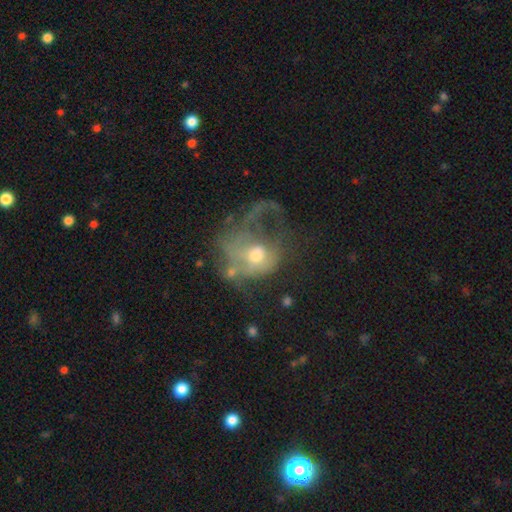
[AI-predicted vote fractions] Smooth or featured?
  - featured or disk: 55% *
  - smooth: 34%
  - star or artifact: 11%
Edge-on disk?
  - no: 97% *
  - yes: 3%
Bar?
  - no: 79% *
  - weak: 17%
  - strong: 3%
Spiral arms?
  - no: 63% *
  - yes: 37%
Bulge size?
  - moderate: 60% *
  - small: 28%
  - large: 7%
  - none: 3%
  - dominant: 2%
Merging?
  - major disturbance: 62% *
  - none: 18%
  - minor disturbance: 13%
  - merger: 7%